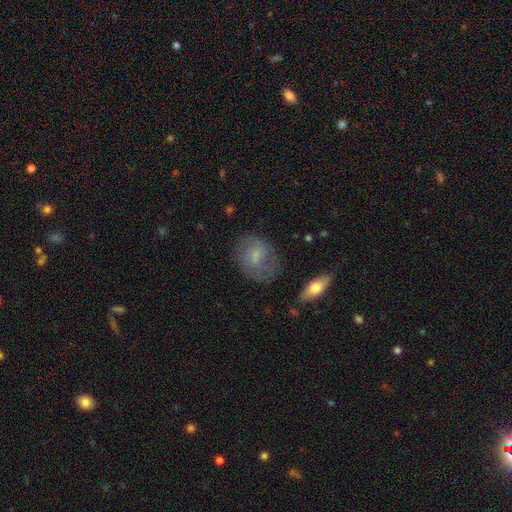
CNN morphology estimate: The model was most divided on "how rounded": in between: 56%, round: 42%, cigar-shaped: 2%. More confident: merging — none (64%); smooth or featured — smooth (58%).